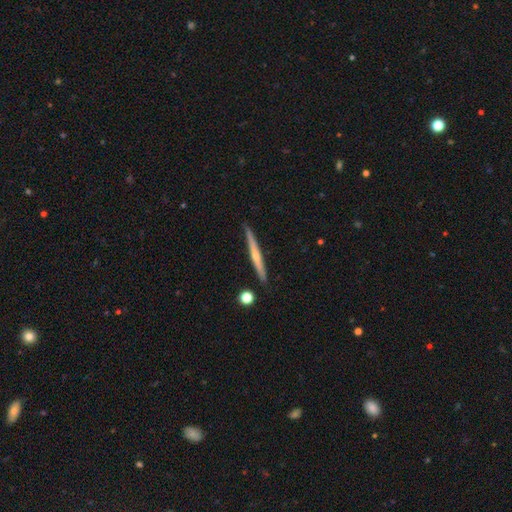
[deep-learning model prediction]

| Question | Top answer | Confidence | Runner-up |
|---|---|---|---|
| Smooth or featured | featured or disk | 58% | smooth (36%) |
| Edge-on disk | yes | 97% | no (3%) |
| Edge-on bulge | rounded | 59% | none (36%) |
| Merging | none | 86% | minor disturbance (10%) |